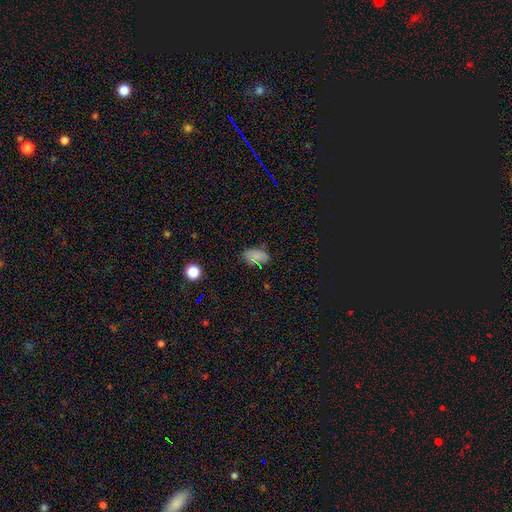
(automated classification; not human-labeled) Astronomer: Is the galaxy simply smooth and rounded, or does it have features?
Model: smooth — 74%.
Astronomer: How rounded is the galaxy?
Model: in between — 91%.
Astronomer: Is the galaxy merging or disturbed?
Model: none — 80%.